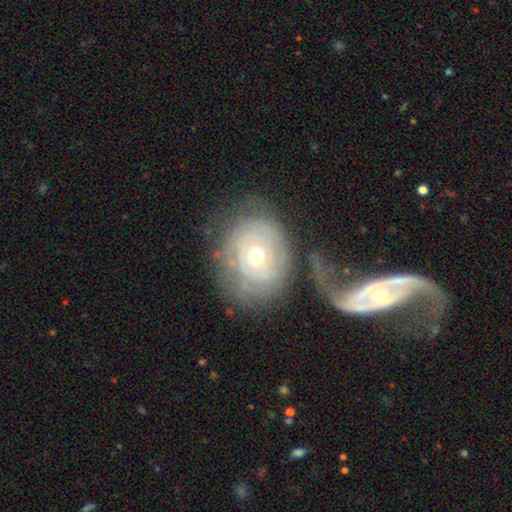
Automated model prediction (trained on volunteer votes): Morphology: type=featured or disk (66%); edge-on=no (95%); bar=no (75%); spiral arms=yes (71%); bulge=moderate (67%); merging=none (36%).